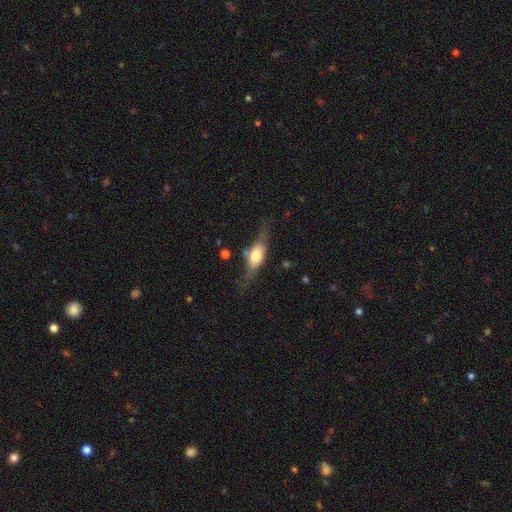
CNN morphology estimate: Smooth or featured? featured or disk (48%)
Merging? none (61%)